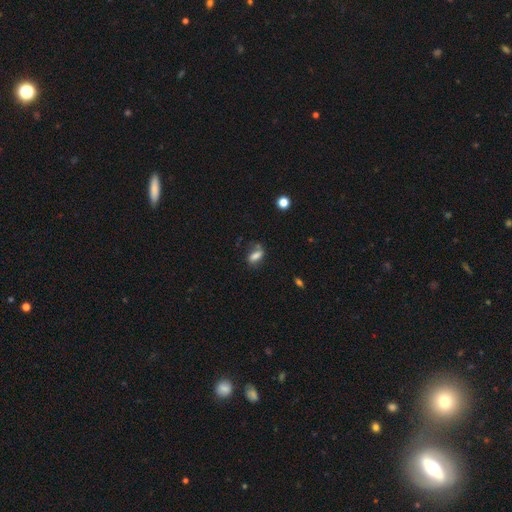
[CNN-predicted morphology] Q: Smooth or featured?
A: smooth (76%); runner-up: featured or disk (13%)
Q: How rounded?
A: in between (78%); runner-up: cigar-shaped (15%)
Q: Merging?
A: none (56%); runner-up: minor disturbance (25%)